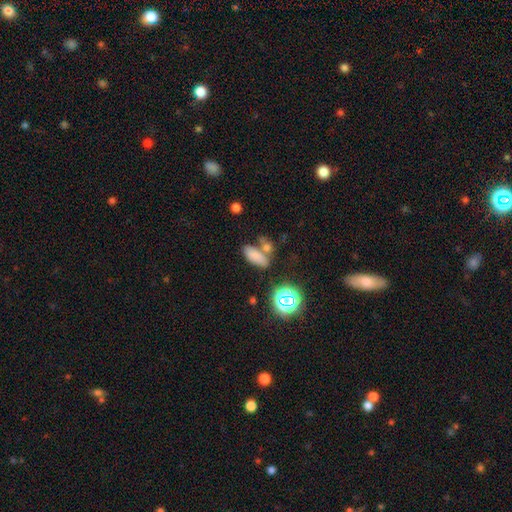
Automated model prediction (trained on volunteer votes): A smooth galaxy with no disk features (74%) that is in between round and cigar-shaped (80%).

Vote fractions:
- Smooth or featured? smooth: 74% / star or artifact: 17% / featured or disk: 9%
- How rounded? in between: 80% / cigar-shaped: 13% / round: 6%
- Merging? none: 53% / merger: 28% / minor disturbance: 14% / major disturbance: 6%